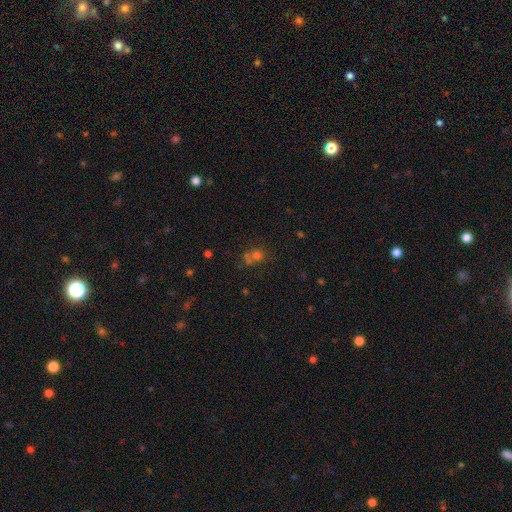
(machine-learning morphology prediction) smooth-or-featured: smooth: 55% | star or artifact: 32% | featured or disk: 14%
  how-rounded: round: 75% | in between: 23% | cigar-shaped: 1%
  merging: none: 51% | merger: 30% | minor disturbance: 12% | major disturbance: 8%